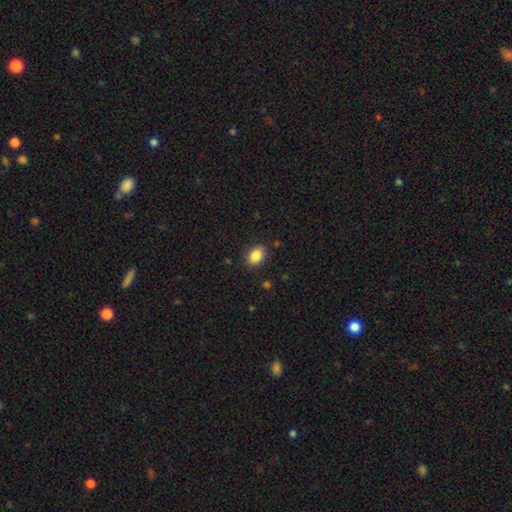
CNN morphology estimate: A smooth galaxy with no disk features (87%) that is in between round and cigar-shaped (75%).

Vote fractions:
- Smooth or featured? smooth: 87% / star or artifact: 8% / featured or disk: 5%
- How rounded? in between: 75% / round: 24% / cigar-shaped: 1%
- Merging? none: 86% / minor disturbance: 10% / major disturbance: 3% / merger: 1%